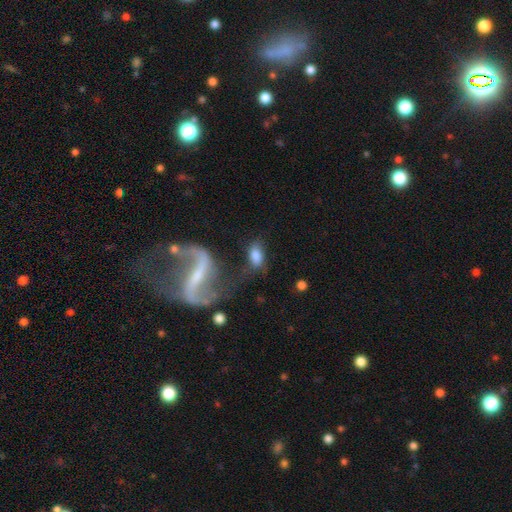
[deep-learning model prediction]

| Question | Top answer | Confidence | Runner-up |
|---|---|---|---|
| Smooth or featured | smooth | 65% | featured or disk (27%) |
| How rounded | in between | 87% | round (7%) |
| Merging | none | 49% | minor disturbance (18%) |